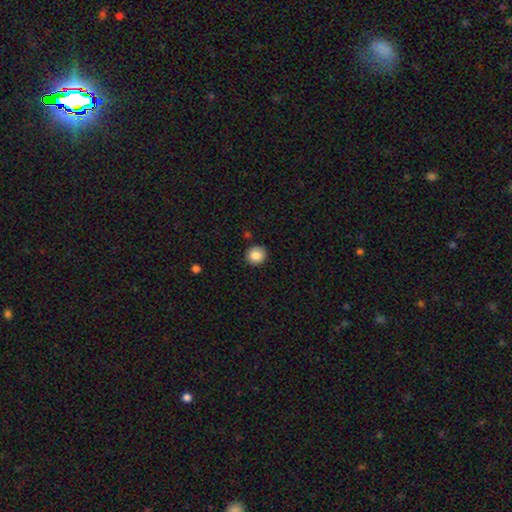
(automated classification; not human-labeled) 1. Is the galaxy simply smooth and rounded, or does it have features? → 85% smooth, 9% star or artifact, 6% featured or disk.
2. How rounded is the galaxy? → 90% round, 9% in between, 1% cigar-shaped.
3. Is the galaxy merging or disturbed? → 86% none, 10% minor disturbance, 2% major disturbance, 2% merger.